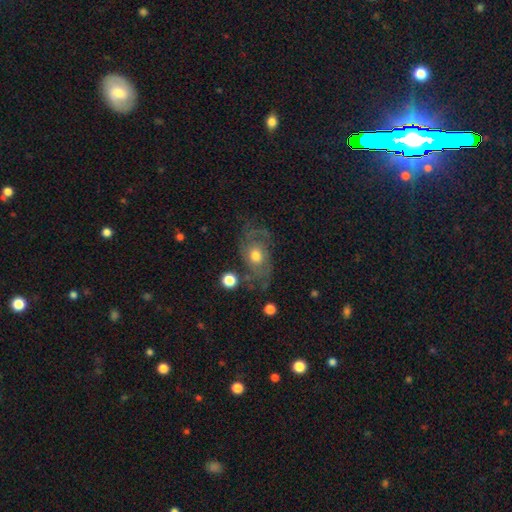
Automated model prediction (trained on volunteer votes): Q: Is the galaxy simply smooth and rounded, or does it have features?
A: featured or disk — 66%.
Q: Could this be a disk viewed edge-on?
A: no — 94%.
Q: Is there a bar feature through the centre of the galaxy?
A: no — 82%.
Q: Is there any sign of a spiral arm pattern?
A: yes — 77%.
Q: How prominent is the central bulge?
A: moderate — 72%.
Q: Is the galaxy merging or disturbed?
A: none — 57%.